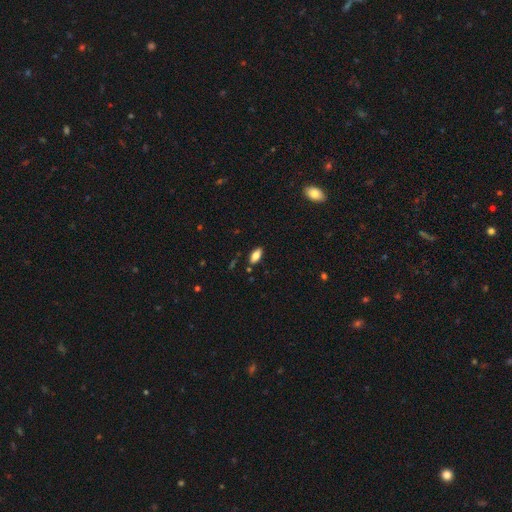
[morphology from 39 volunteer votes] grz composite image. It shows a smooth galaxy with no disk features (82%) that is in between round and cigar-shaped (81%). Merging: none (89%).